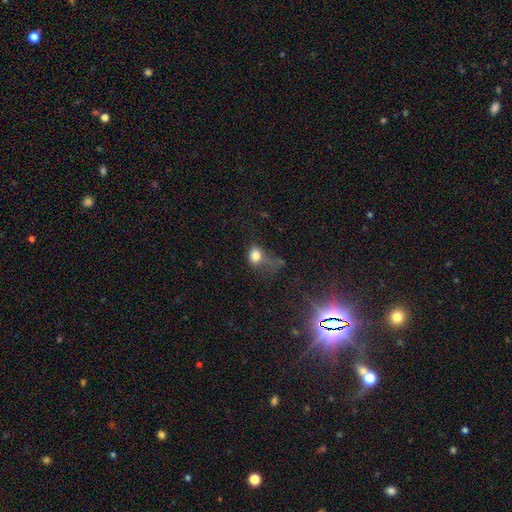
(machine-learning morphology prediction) type=smooth (76%); roundness=in between (52%); merging=major disturbance (41%).